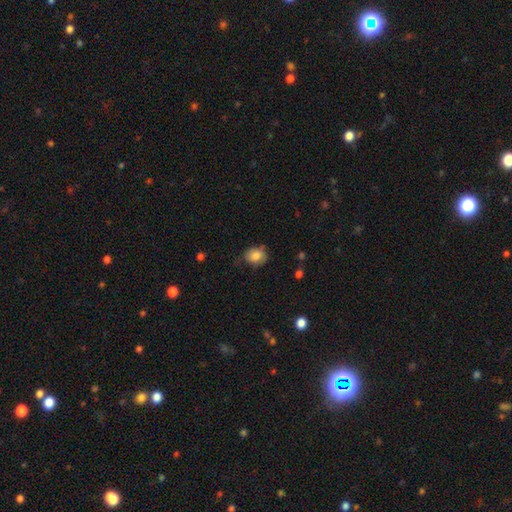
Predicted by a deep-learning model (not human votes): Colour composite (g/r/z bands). It shows a smooth galaxy with no disk features (78%) that is round (51%). Merging: none (60%).